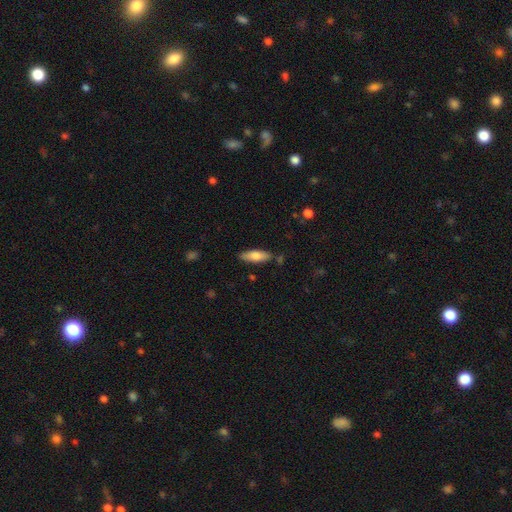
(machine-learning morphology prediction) Smooth or featured: smooth — 74% (featured or disk — 20%)
How rounded: in between — 57% (cigar-shaped — 41%)
Merging: none — 83% (minor disturbance — 12%)